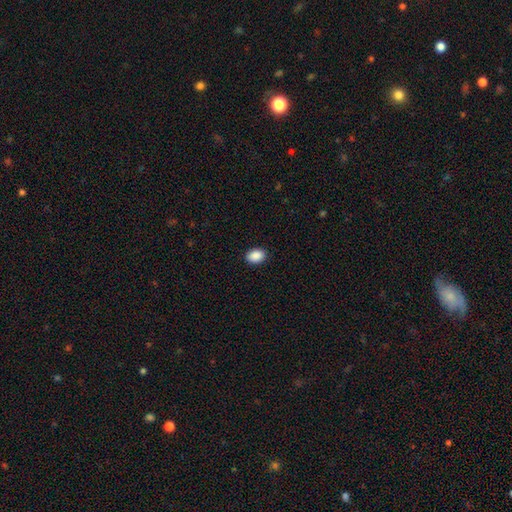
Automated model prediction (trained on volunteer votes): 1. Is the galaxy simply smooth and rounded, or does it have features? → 90% smooth, 8% star or artifact, 2% featured or disk.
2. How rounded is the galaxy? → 73% in between, 26% round, 1% cigar-shaped.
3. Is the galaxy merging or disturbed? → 90% none, 7% minor disturbance, 2% major disturbance, 1% merger.